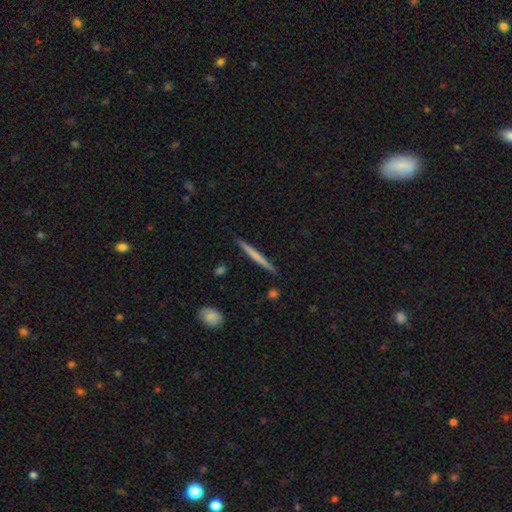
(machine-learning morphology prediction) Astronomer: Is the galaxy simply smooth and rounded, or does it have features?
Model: smooth — 54% (runner-up: featured or disk, 41%).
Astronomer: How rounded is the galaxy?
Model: cigar-shaped — 96%.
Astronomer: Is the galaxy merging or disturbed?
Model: none — 91%.